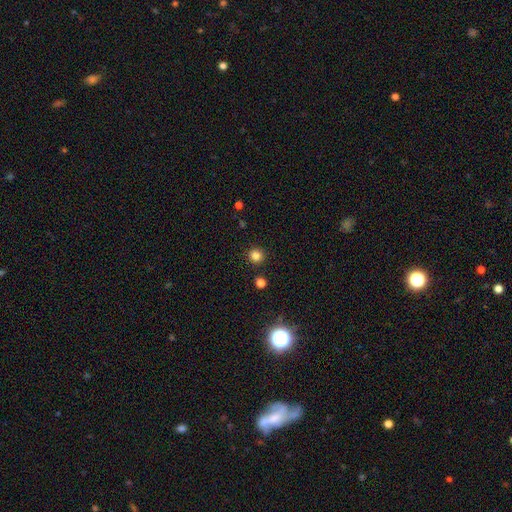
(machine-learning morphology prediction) Smooth or featured? Predicted: smooth (p=0.83). How rounded? Predicted: round (p=0.94). Merging? Predicted: none (p=0.91).